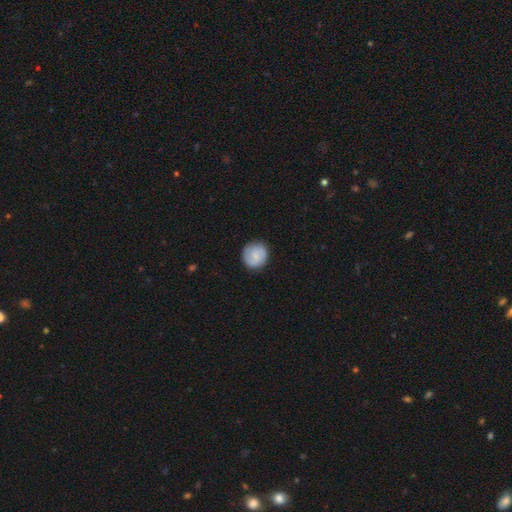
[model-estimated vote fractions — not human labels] Q: Smooth or featured?
A: smooth (62%); runner-up: featured or disk (31%)
Q: How rounded?
A: round (90%); runner-up: in between (9%)
Q: Merging?
A: none (86%); runner-up: minor disturbance (11%)